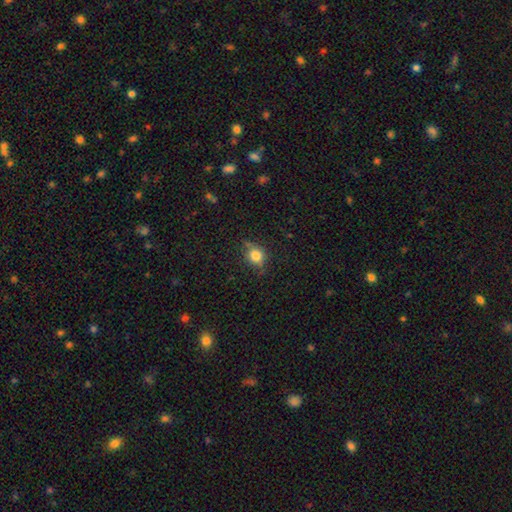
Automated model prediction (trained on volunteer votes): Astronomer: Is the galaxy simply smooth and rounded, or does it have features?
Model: smooth — 77%.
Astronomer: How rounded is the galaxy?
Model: round — 74%.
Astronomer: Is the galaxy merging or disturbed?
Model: none — 74%.